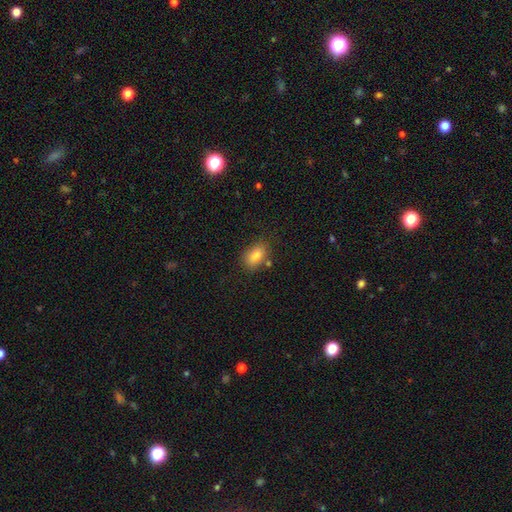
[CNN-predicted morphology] Smooth or featured?
  - smooth: 82% *
  - star or artifact: 9%
  - featured or disk: 8%
How rounded?
  - in between: 86% *
  - round: 12%
  - cigar-shaped: 2%
Merging?
  - none: 76% *
  - minor disturbance: 14%
  - merger: 6%
  - major disturbance: 4%